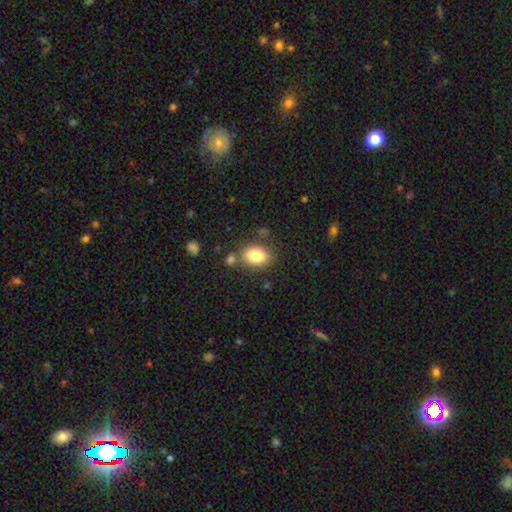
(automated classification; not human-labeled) smooth 84%, star or artifact 8%, featured or disk 8%. Down the decision tree: how rounded — in between (81%); merging — none (73%).